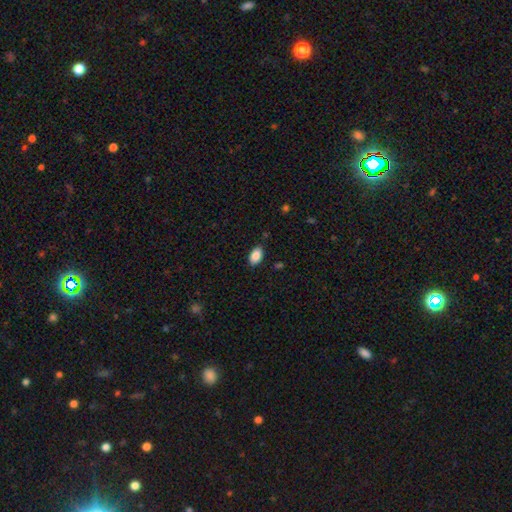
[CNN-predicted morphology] smooth_or_featured: smooth (p=0.88) [alt: star or artifact p=0.07]
how_rounded: in between (p=0.93) [alt: round p=0.05]
merging: none (p=0.86) [alt: minor disturbance p=0.11]